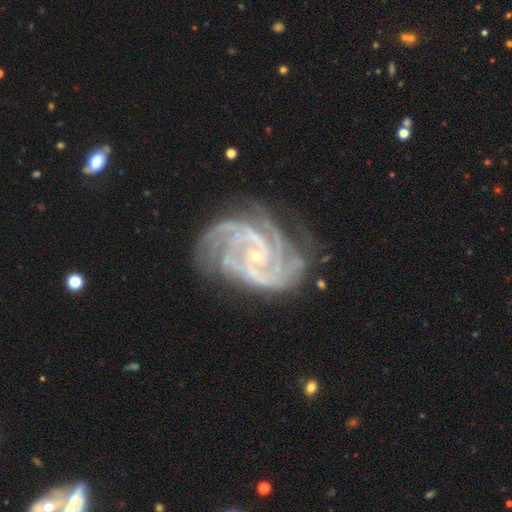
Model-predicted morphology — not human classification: Smooth or featured?
  - featured or disk: 91% *
  - star or artifact: 6%
  - smooth: 3%
Edge-on disk?
  - no: 98% *
  - yes: 2%
Bar?
  - no: 55% *
  - weak: 31%
  - strong: 14%
Spiral arms?
  - yes: 98% *
  - no: 2%
Spiral winding?
  - tight: 59% *
  - medium: 35%
  - loose: 5%
Spiral arm count?
  - 3: 26% *
  - 4: 25%
  - 2: 17%
  - can't tell: 14%
  - more than 4: 10%
  - 1: 8%
Bulge size?
  - small: 83% *
  - moderate: 13%
  - none: 2%
  - large: 1%
  - dominant: 1%
Merging?
  - none: 68% *
  - minor disturbance: 20%
  - major disturbance: 10%
  - merger: 2%